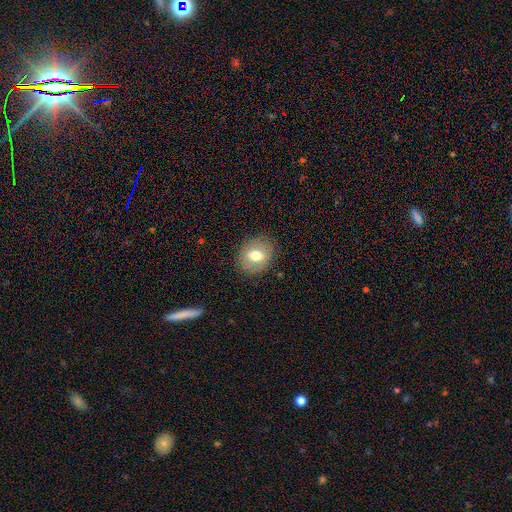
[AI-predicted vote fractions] A smooth galaxy with no disk features (65%) that is round (59%). Merging: none (84%).